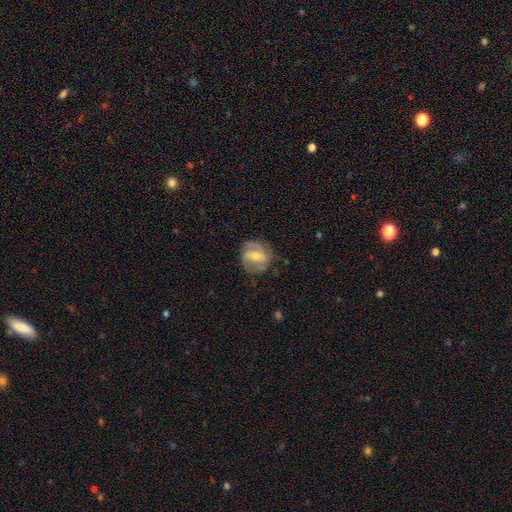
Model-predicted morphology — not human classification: smooth-or-featured: featured or disk: 68% | smooth: 25% | star or artifact: 7%
  disk-edge-on: no: 96% | yes: 4%
    bar: weak: 45% | strong: 32% | no: 23%
    has-spiral-arms: yes: 82% | no: 18%
      spiral-winding: medium: 45% | tight: 30% | loose: 25%
      spiral-arm-count: 2: 61% | can't tell: 18% | 3: 11% | 1: 5% | 4: 2% | more than 4: 2%
    bulge-size: moderate: 55% | small: 38% | large: 4% | none: 3% | dominant: 1%
  merging: none: 69% | minor disturbance: 20% | major disturbance: 9% | merger: 1%